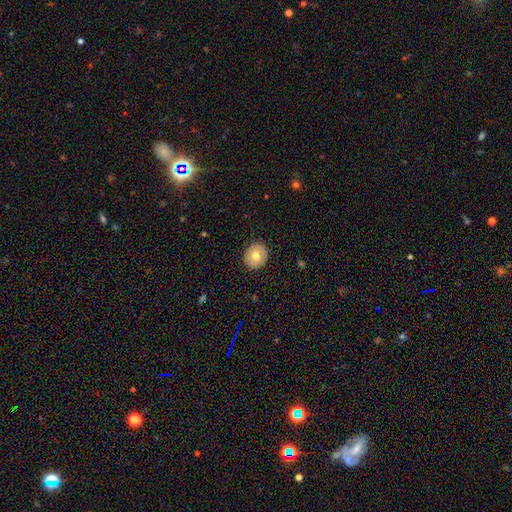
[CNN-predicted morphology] A smooth galaxy with no disk features (68%) that is round (78%).

Vote fractions:
- Smooth or featured? smooth: 68% / featured or disk: 25% / star or artifact: 7%
- How rounded? round: 78% / in between: 21% / cigar-shaped: 1%
- Merging? none: 90% / minor disturbance: 7% / major disturbance: 2% / merger: 1%